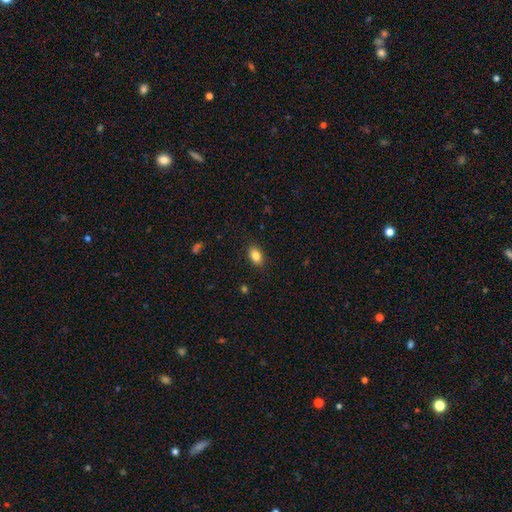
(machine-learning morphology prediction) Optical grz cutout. It shows a smooth galaxy with no disk features (84%) that is in between round and cigar-shaped (85%). Merging: none (87%).